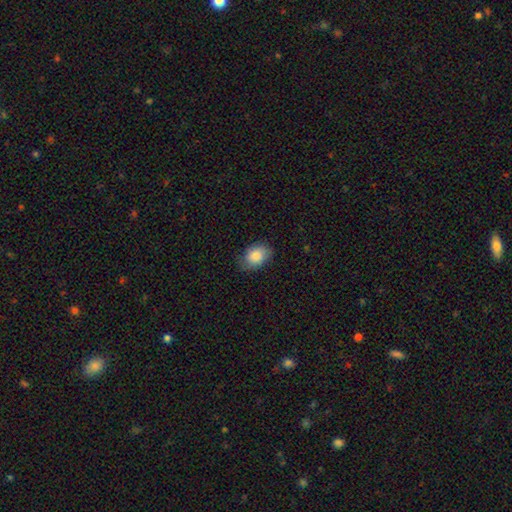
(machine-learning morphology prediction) Smooth or featured?
  - smooth: 86% *
  - featured or disk: 7%
  - star or artifact: 7%
How rounded?
  - in between: 75% *
  - round: 24%
  - cigar-shaped: 1%
Merging?
  - none: 75% *
  - minor disturbance: 19%
  - major disturbance: 4%
  - merger: 1%